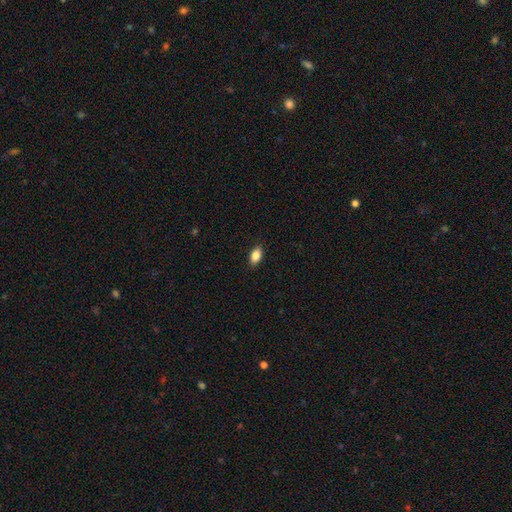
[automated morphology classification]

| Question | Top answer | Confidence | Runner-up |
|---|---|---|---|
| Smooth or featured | smooth | 85% | star or artifact (8%) |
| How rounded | in between | 89% | round (8%) |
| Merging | none | 88% | minor disturbance (9%) |